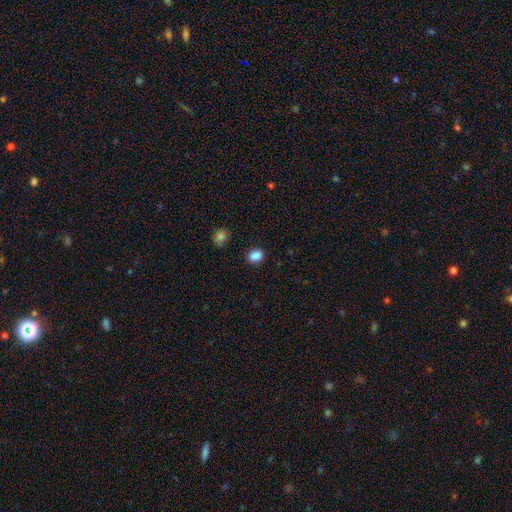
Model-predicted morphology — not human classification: type=smooth (87%); roundness=in between (63%); merging=none (86%).